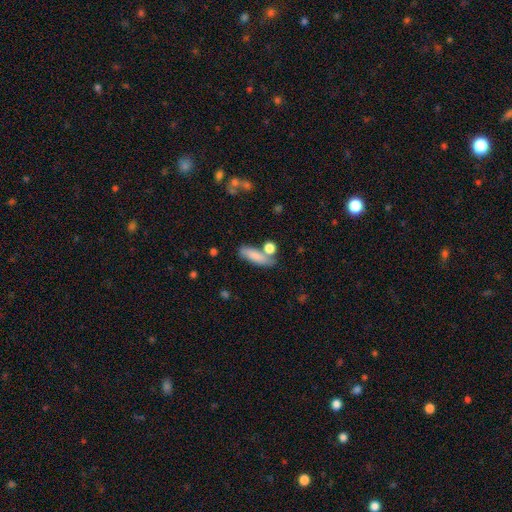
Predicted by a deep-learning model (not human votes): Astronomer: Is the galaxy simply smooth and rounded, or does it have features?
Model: smooth — 80%.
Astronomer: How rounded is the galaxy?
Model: in between — 52% (runner-up: cigar-shaped, 43%).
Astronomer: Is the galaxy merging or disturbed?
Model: none — 57%.